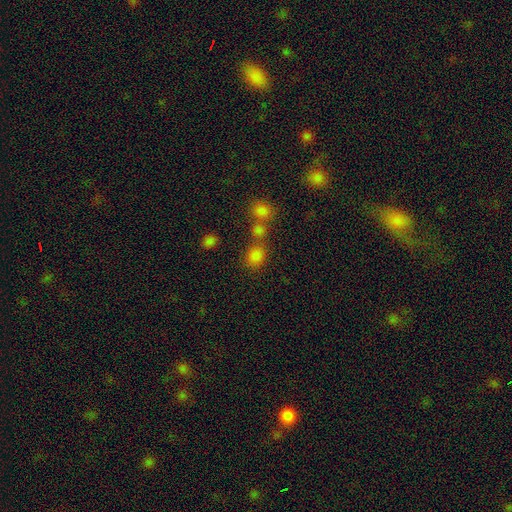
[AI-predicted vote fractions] Smooth or featured?
  - smooth: 78% *
  - star or artifact: 16%
  - featured or disk: 6%
How rounded?
  - round: 61% *
  - in between: 38%
  - cigar-shaped: 2%
Merging?
  - none: 56% *
  - merger: 30%
  - minor disturbance: 9%
  - major disturbance: 5%